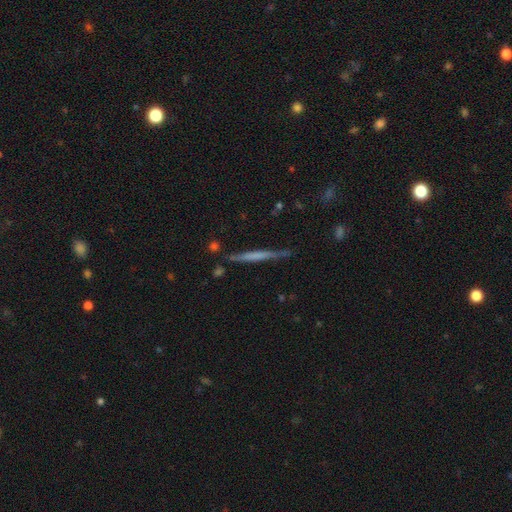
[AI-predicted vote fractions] Smooth or featured? featured or disk (55%)
Edge-on disk? yes (97%)
Edge-on bulge? none (73%)
Merging? none (82%)